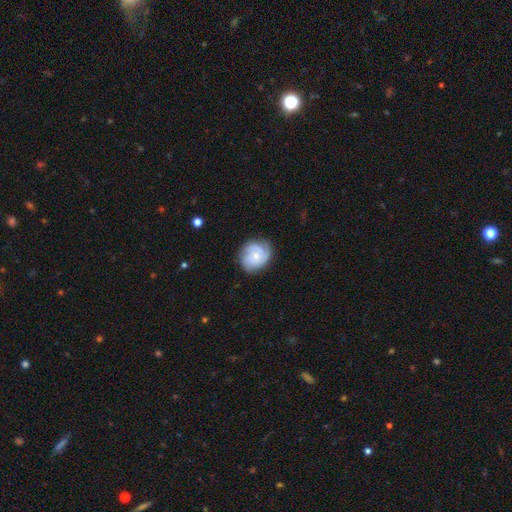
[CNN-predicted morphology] Q: Smooth or featured?
A: featured or disk (66%); runner-up: smooth (27%)
Q: Edge-on disk?
A: no (98%); runner-up: yes (2%)
Q: Bar?
A: no (77%); runner-up: weak (20%)
Q: Spiral arms?
A: yes (93%); runner-up: no (7%)
Q: Spiral winding?
A: tight (61%); runner-up: medium (31%)
Q: Spiral arm count?
A: 3 (40%); runner-up: can't tell (24%)
Q: Bulge size?
A: small (65%); runner-up: moderate (28%)
Q: Merging?
A: none (74%); runner-up: minor disturbance (19%)